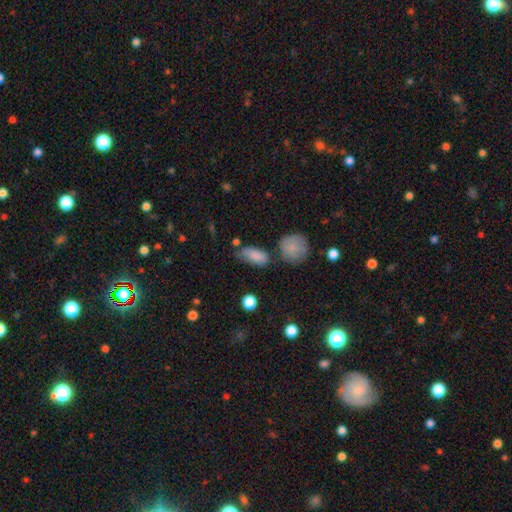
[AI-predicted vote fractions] Morphology: type=smooth (84%); roundness=in between (88%); merging=none (53%).